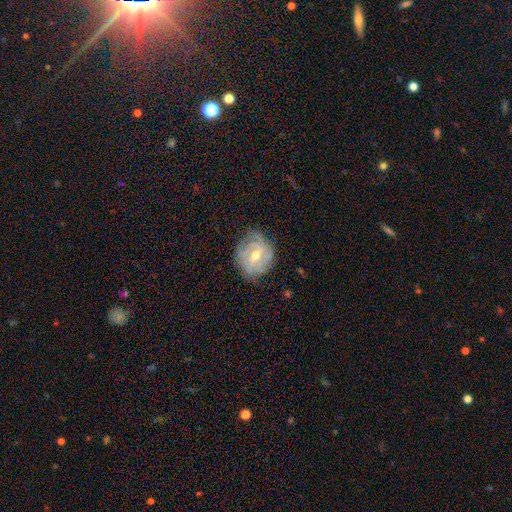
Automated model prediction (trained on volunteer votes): A featured or disk galaxy (76%) with a weak bar (44%), tight (64%) spiral arms (90%) and a moderate central bulge (60%).

Vote fractions:
- Smooth or featured? featured or disk: 76% / smooth: 17% / star or artifact: 8%
- Edge-on disk? no: 97% / yes: 3%
- Bar? weak: 44% / no: 43% / strong: 13%
- Spiral arms? yes: 90% / no: 10%
- Spiral winding? tight: 64% / medium: 27% / loose: 9%
- Spiral arm count? can't tell: 40% / 2: 20% / 3: 19% / 4: 10% / 1: 5% / more than 4: 5%
- Bulge size? moderate: 60% / small: 36% / large: 2% / none: 1% / dominant: 1%
- Merging? none: 75% / minor disturbance: 18% / major disturbance: 6% / merger: 1%